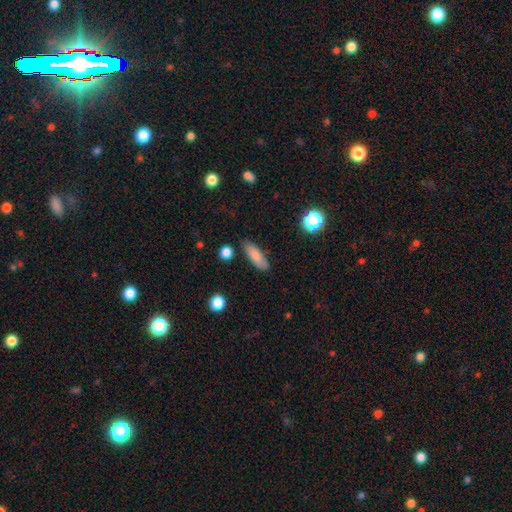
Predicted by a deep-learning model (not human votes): The model was most divided on "how rounded": in between: 60%, cigar-shaped: 37%, round: 3%. More confident: merging — none (81%); smooth or featured — smooth (81%).